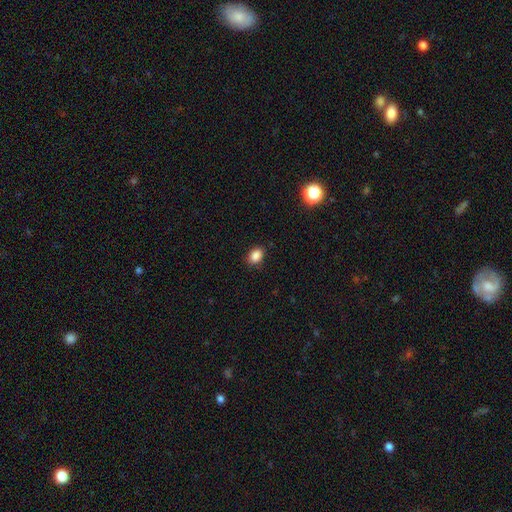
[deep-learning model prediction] The model was most divided on "how rounded": in between: 74%, round: 25%, cigar-shaped: 1%. More confident: smooth or featured — smooth (87%); merging — none (85%).